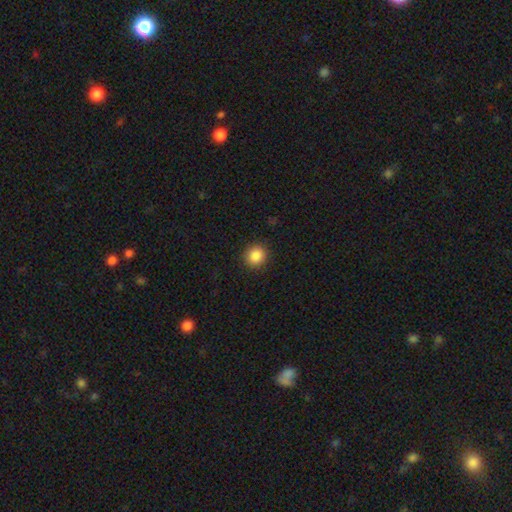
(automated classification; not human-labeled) This is clearly a smooth galaxy (87%). How rounded: clearly round (90%). Merging: clearly none (90%).